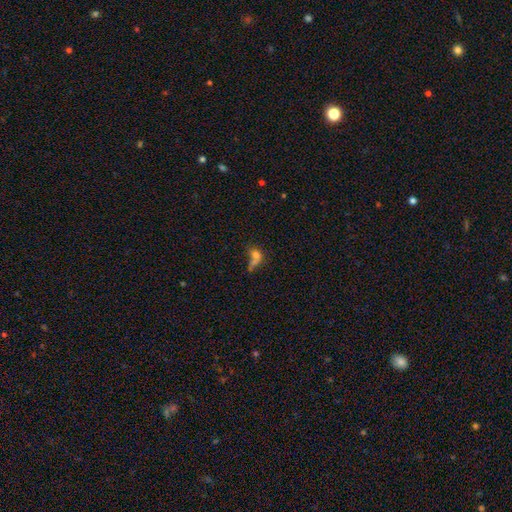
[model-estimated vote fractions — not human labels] A smooth galaxy with no disk features (63%) that is in between round and cigar-shaped (54%). Merging: merger (35%).